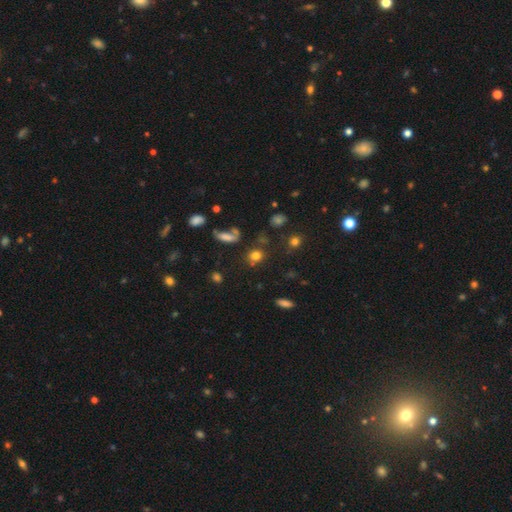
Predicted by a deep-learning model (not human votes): Smooth or featured?
  - smooth: 75% *
  - star or artifact: 17%
  - featured or disk: 8%
How rounded?
  - round: 71% *
  - in between: 27%
  - cigar-shaped: 3%
Merging?
  - none: 66% *
  - minor disturbance: 15%
  - merger: 12%
  - major disturbance: 7%